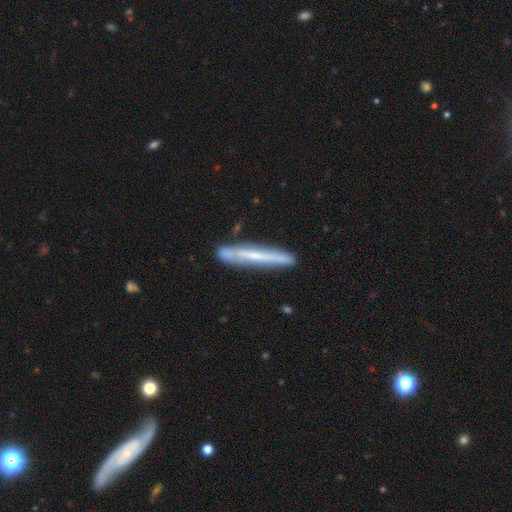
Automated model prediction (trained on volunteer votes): Smooth or featured? Predicted: featured or disk (p=0.52). Edge-on disk? Predicted: yes (p=0.89). Merging? Predicted: none (p=0.83).